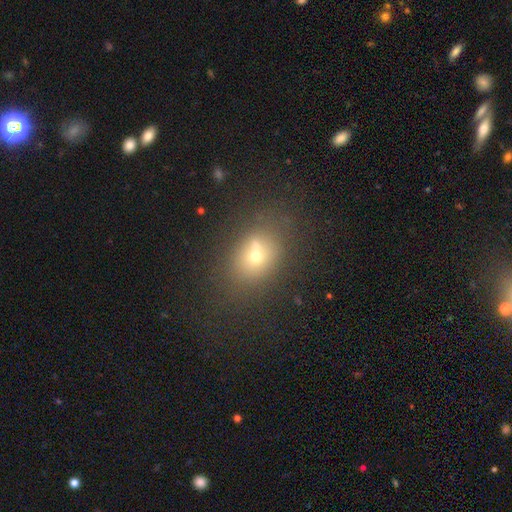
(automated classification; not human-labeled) Smooth or featured?
  - smooth: 59% *
  - star or artifact: 21%
  - featured or disk: 20%
How rounded?
  - in between: 51% *
  - round: 47%
  - cigar-shaped: 2%
Merging?
  - none: 53% *
  - merger: 29%
  - minor disturbance: 13%
  - major disturbance: 6%